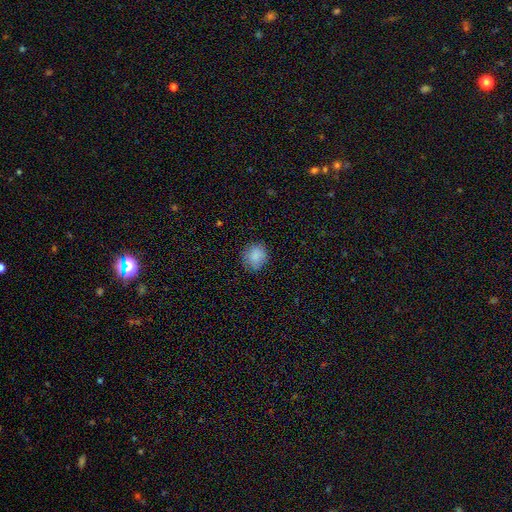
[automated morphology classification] The model was most divided on "how rounded": round: 73%, in between: 26%, cigar-shaped: 1%. More confident: smooth or featured — smooth (86%); merging — none (80%).